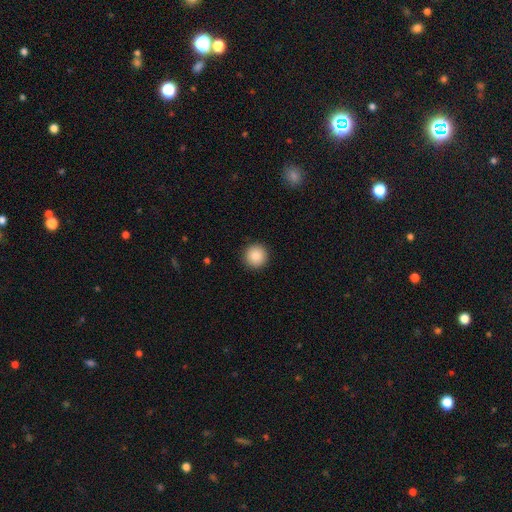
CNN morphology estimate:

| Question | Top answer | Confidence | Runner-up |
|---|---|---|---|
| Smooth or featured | smooth | 88% | star or artifact (8%) |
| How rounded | round | 96% | in between (3%) |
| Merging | none | 93% | minor disturbance (5%) |